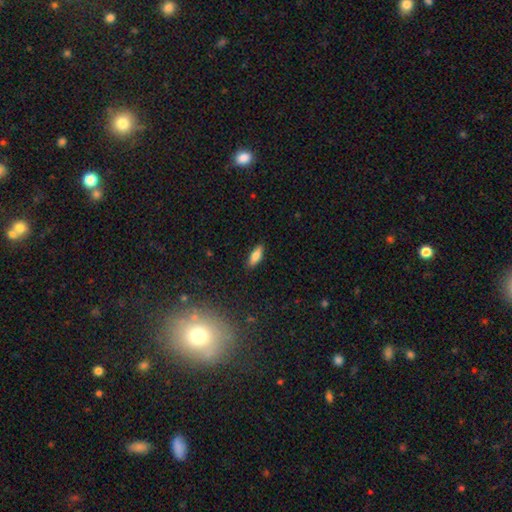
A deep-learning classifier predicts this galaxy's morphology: The model was most divided on "how rounded": in between: 65%, cigar-shaped: 33%, round: 2%. More confident: merging — none (88%); smooth or featured — smooth (79%).